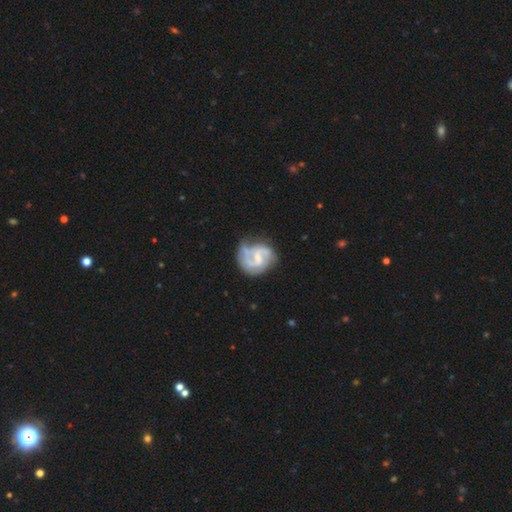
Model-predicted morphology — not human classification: Smooth or featured: featured or disk — 80% (smooth — 14%)
Edge-on disk: no — 98% (yes — 2%)
Bar: weak — 55% (no — 28%)
Spiral arms: yes — 91% (no — 9%)
Spiral winding: medium — 47% (tight — 30%)
Spiral arm count: 2 — 66% (can't tell — 14%)
Bulge size: small — 47% (moderate — 30%)
Merging: none — 55% (minor disturbance — 24%)